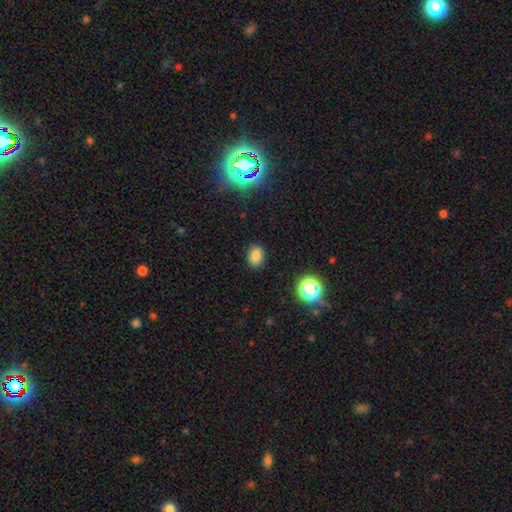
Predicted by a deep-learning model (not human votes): smooth_or_featured: smooth (p=0.80) [alt: star or artifact p=0.15]
how_rounded: in between (p=0.66) [alt: round p=0.33]
merging: none (p=0.86) [alt: minor disturbance p=0.10]